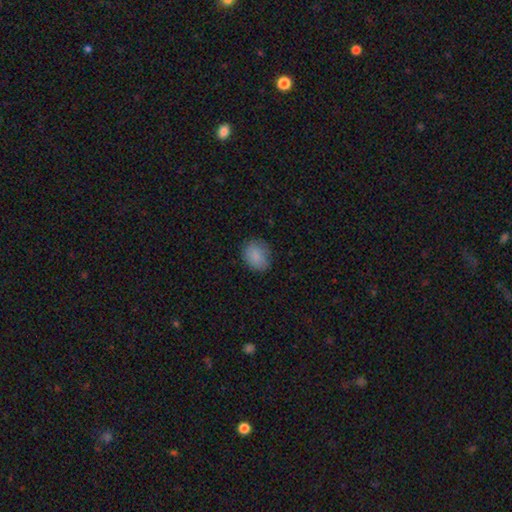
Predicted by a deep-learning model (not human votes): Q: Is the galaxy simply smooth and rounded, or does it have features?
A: smooth — 86%.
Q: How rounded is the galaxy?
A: in between — 52%.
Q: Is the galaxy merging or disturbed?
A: none — 79%.